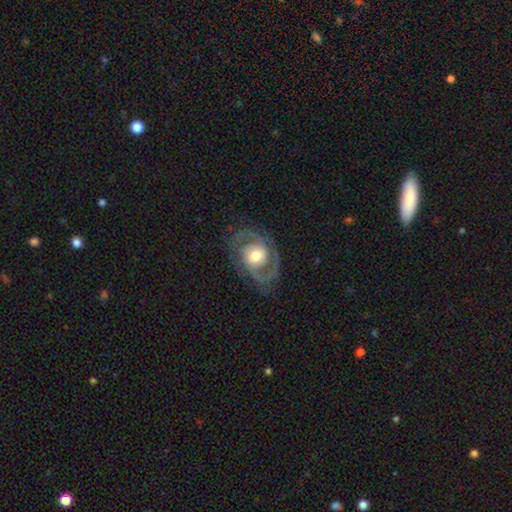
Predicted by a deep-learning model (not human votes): featured or disk 82%, smooth 13%, star or artifact 5%. Down the decision tree: edge-on disk — no (97%); bar — no (63%); spiral arms — yes (92%); spiral arm count — 2 (81%); spiral winding — medium (51%); bulge size — moderate (62%); merging — none (74%).